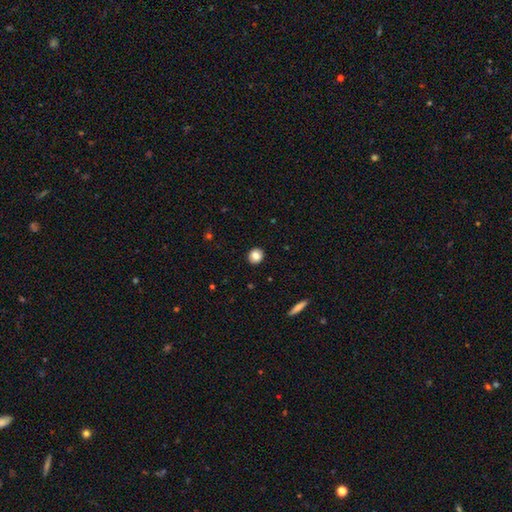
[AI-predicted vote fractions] A smooth galaxy with no disk features (84%) that is round (82%). Merging: none (92%).